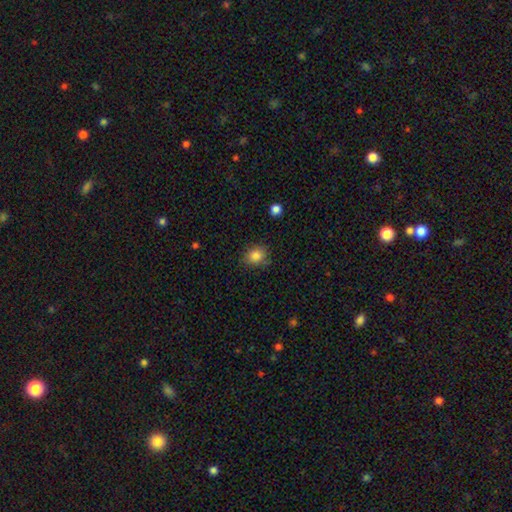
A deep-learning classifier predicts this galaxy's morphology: smooth_or_featured: smooth (p=0.85) [alt: star or artifact p=0.10]
how_rounded: round (p=0.59) [alt: in between p=0.40]
merging: none (p=0.79) [alt: minor disturbance p=0.15]